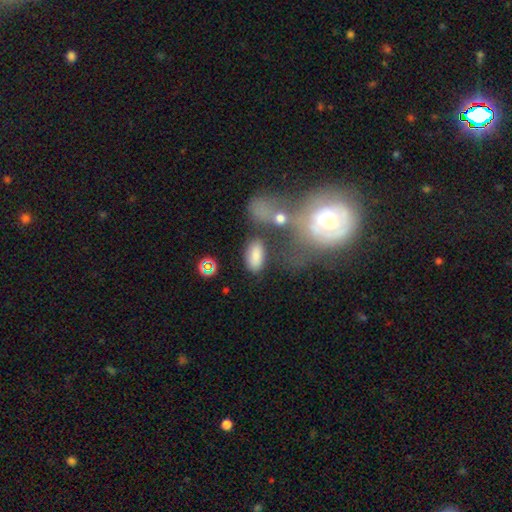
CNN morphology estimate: The model was most divided on "merging": none: 73%, minor disturbance: 14%, merger: 7%, major disturbance: 6%. More confident: how rounded — in between (91%); smooth or featured — smooth (80%).